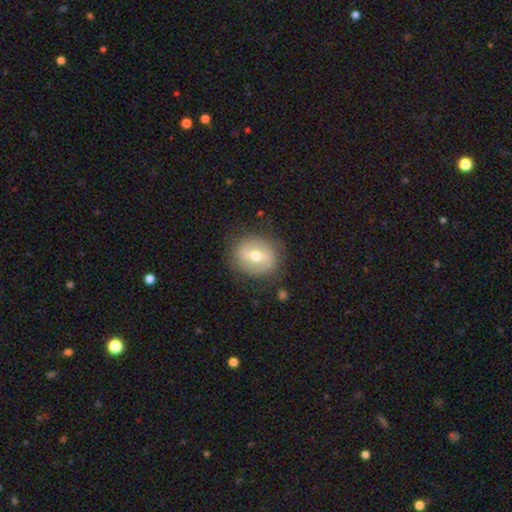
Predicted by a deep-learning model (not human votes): Smooth or featured?
  - featured or disk: 50% *
  - smooth: 42%
  - star or artifact: 7%
Edge-on disk?
  - no: 94% *
  - yes: 6%
Merging?
  - none: 83% *
  - minor disturbance: 12%
  - major disturbance: 4%
  - merger: 1%